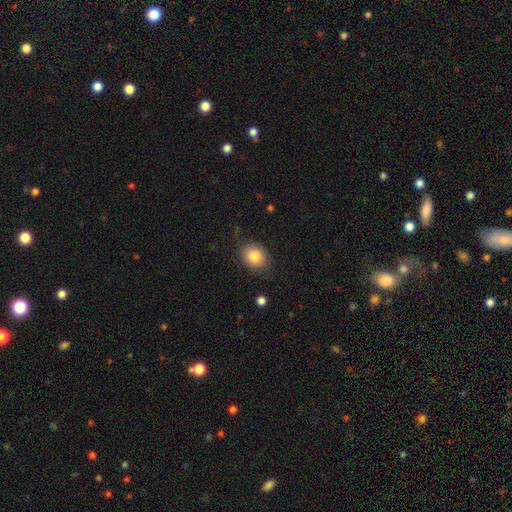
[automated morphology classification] Smooth or featured? Predicted: smooth (p=0.82). How rounded? Predicted: round (p=0.58). Merging? Predicted: none (p=0.83).